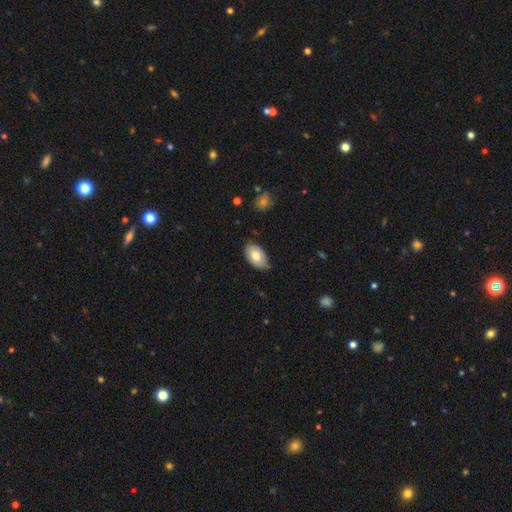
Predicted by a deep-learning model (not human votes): smooth-or-featured: smooth: 78% | featured or disk: 16% | star or artifact: 6%
  how-rounded: in between: 93% | round: 6% | cigar-shaped: 1%
  merging: none: 76% | minor disturbance: 19% | major disturbance: 3% | merger: 2%